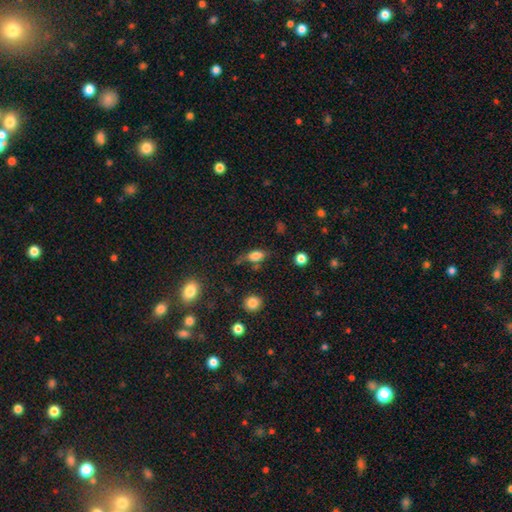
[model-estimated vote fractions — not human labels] The model was most divided on "merging": none: 59%, minor disturbance: 24%, major disturbance: 10%, merger: 7%. More confident: how rounded — in between (81%); smooth or featured — smooth (77%).